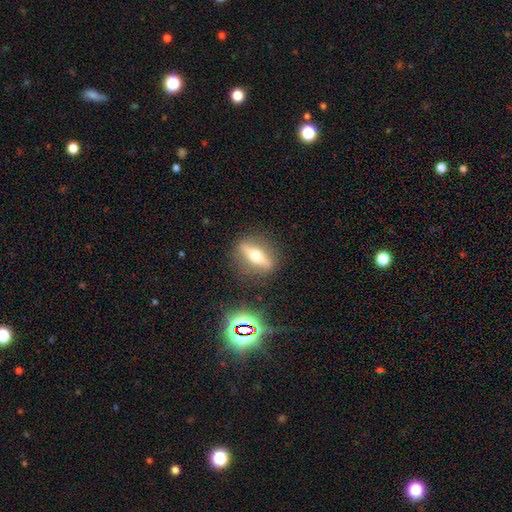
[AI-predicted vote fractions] This appears to be a featured or disk galaxy (65%) viewed edge-on (81%) with a rounded central bulge (94%). Merging: none (85%).